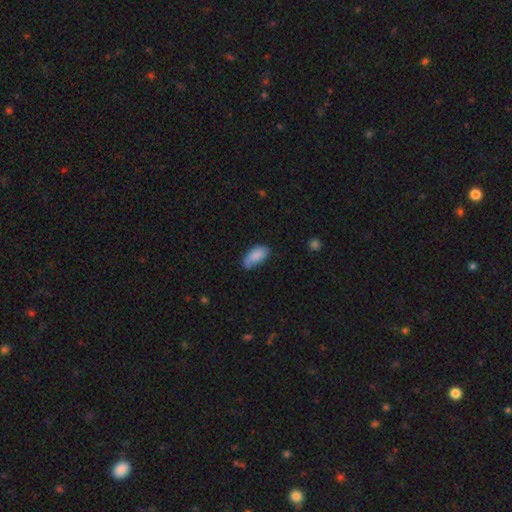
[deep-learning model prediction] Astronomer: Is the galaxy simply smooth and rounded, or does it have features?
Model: smooth — 82%.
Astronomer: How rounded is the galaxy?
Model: in between — 90%.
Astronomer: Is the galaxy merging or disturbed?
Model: none — 56% (runner-up: minor disturbance, 33%).